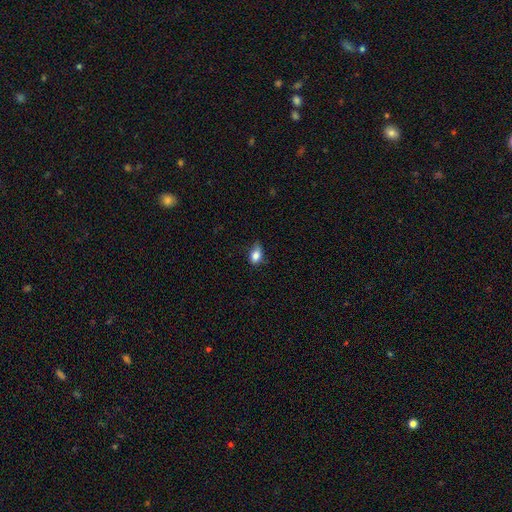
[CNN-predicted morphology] The model was most divided on "merging": none: 57%, minor disturbance: 33%, major disturbance: 8%, merger: 1%. More confident: smooth or featured — smooth (83%); how rounded — in between (81%).